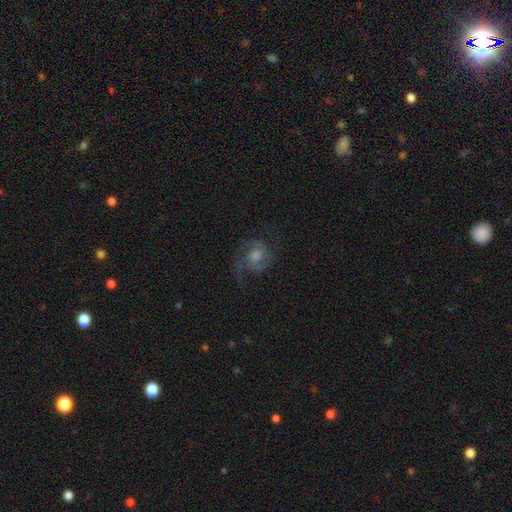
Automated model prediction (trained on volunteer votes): This is clearly a featured or disk galaxy (82%). It is clearly not viewed edge-on (98%). Bar: possibly no (59%). Spiral arm pattern: clearly yes (96%). Spiral arm count: likely 2 (73%). Spiral winding: possibly medium (55%). Central bulge: possibly moderate (51%). Merging: likely none (72%).